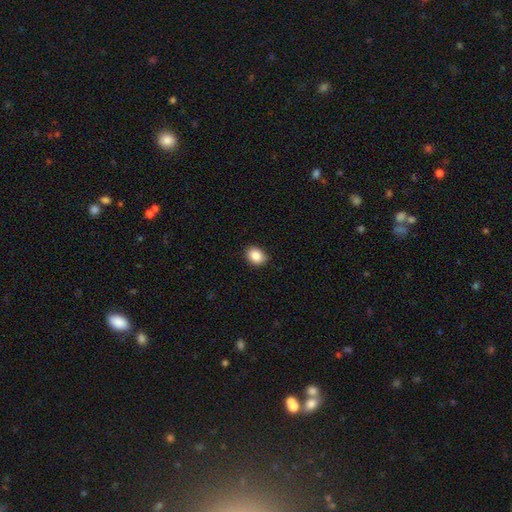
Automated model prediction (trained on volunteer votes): Morphology: type=smooth (87%); roundness=in between (58%); merging=none (87%).